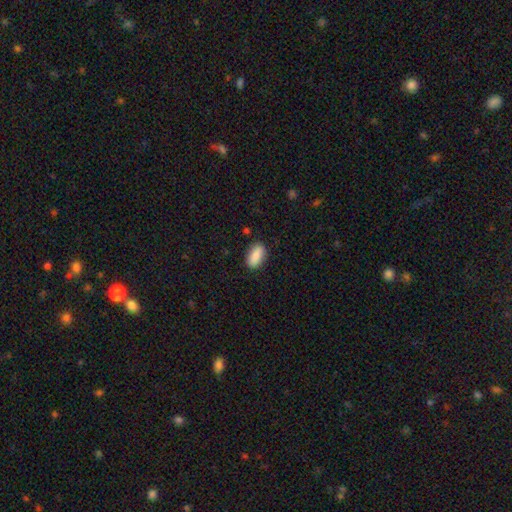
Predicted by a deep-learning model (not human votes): Smooth or featured? smooth (88%)
How rounded? in between (88%)
Merging? none (86%)